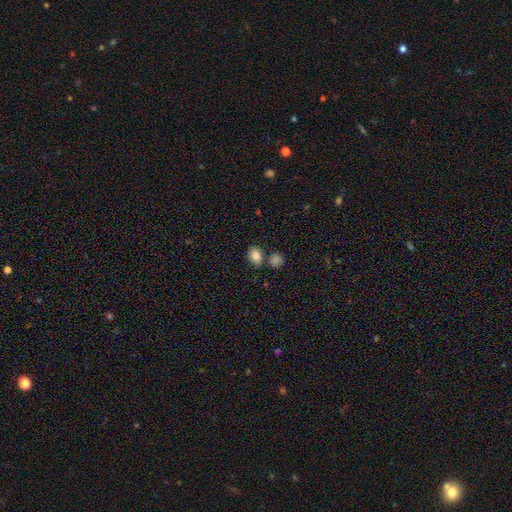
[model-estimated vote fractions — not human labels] Smooth or featured?
  - smooth: 85% *
  - star or artifact: 9%
  - featured or disk: 6%
How rounded?
  - in between: 72% *
  - round: 27%
  - cigar-shaped: 1%
Merging?
  - none: 69% *
  - merger: 15%
  - minor disturbance: 13%
  - major disturbance: 4%